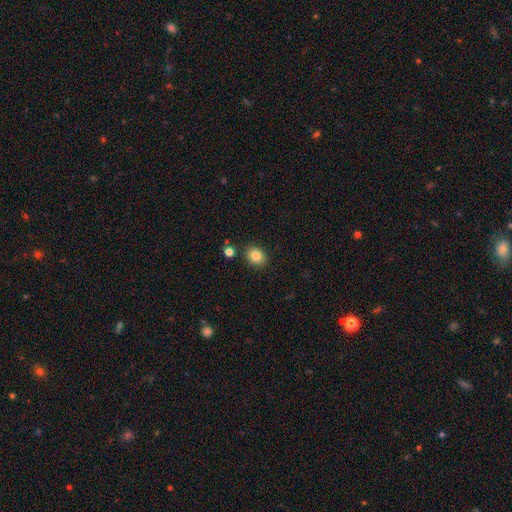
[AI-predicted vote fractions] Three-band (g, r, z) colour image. It shows a smooth galaxy with no disk features (84%) that is in between round and cigar-shaped (54%). Merging: none (86%).